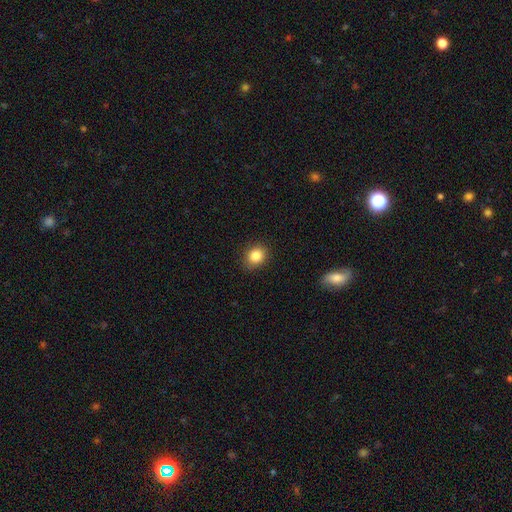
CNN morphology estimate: A smooth galaxy with no disk features (85%) that is round (66%). Merging: none (87%).